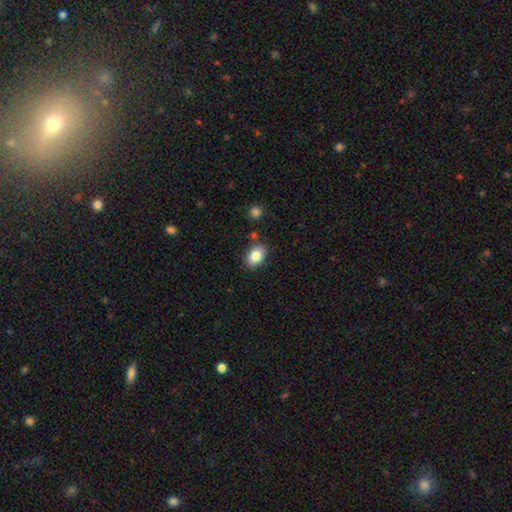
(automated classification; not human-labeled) smooth-or-featured: smooth: 85% | star or artifact: 8% | featured or disk: 7%
  how-rounded: in between: 75% | round: 24% | cigar-shaped: 1%
  merging: none: 83% | minor disturbance: 11% | merger: 4% | major disturbance: 3%